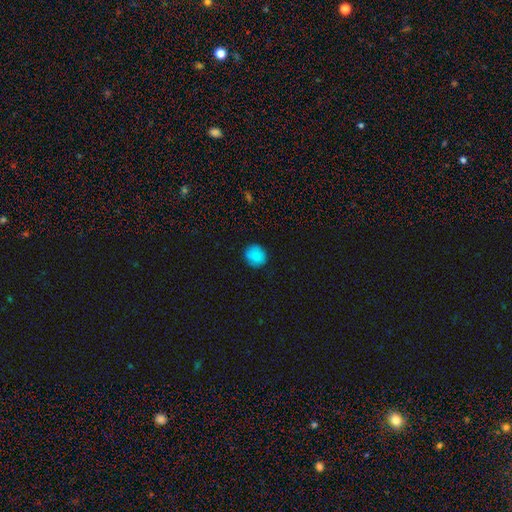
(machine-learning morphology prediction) smooth 87%, star or artifact 9%, featured or disk 4%. Down the decision tree: how rounded — round (85%); merging — none (87%).